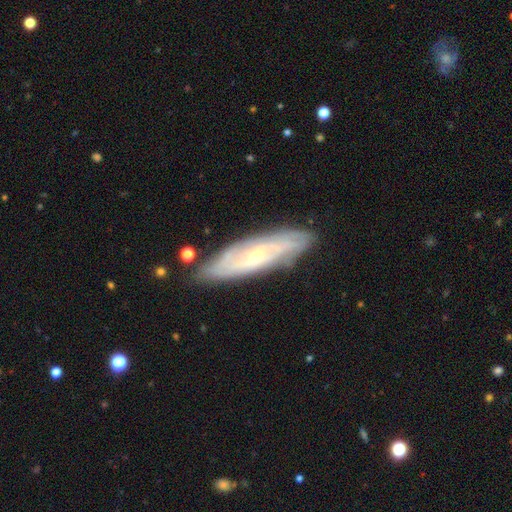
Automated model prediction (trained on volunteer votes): Q: Smooth or featured?
A: featured or disk (76%); runner-up: smooth (17%)
Q: Edge-on disk?
A: no (72%); runner-up: yes (28%)
Q: Bar?
A: no (57%); runner-up: weak (33%)
Q: Spiral arms?
A: yes (86%); runner-up: no (14%)
Q: Bulge size?
A: small (67%); runner-up: moderate (30%)
Q: Merging?
A: none (82%); runner-up: minor disturbance (13%)